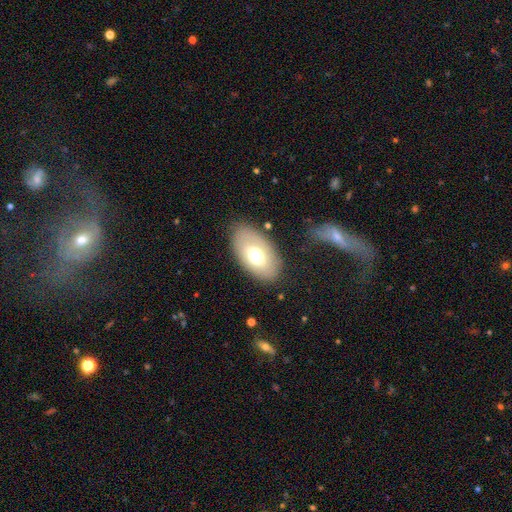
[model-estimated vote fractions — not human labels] smooth-or-featured: smooth: 65% | featured or disk: 27% | star or artifact: 8%
  how-rounded: in between: 93% | round: 6% | cigar-shaped: 1%
  merging: none: 80% | minor disturbance: 13% | major disturbance: 5% | merger: 2%